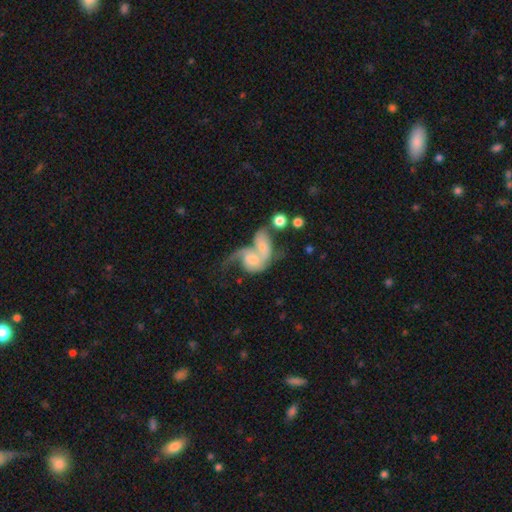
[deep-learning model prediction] Smooth or featured?
  - featured or disk: 63% *
  - smooth: 29%
  - star or artifact: 9%
Edge-on disk?
  - no: 96% *
  - yes: 4%
Bar?
  - no: 63% *
  - weak: 28%
  - strong: 8%
Spiral arms?
  - yes: 77% *
  - no: 23%
Bulge size?
  - moderate: 38% *
  - small: 32%
  - none: 17%
  - large: 10%
  - dominant: 3%
Merging?
  - merger: 67% *
  - major disturbance: 17%
  - none: 10%
  - minor disturbance: 6%